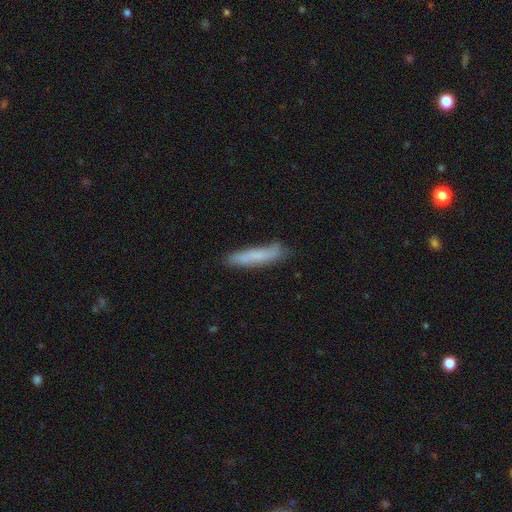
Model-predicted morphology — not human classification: Smooth or featured? smooth (70%)
How rounded? cigar-shaped (89%)
Merging? none (78%)